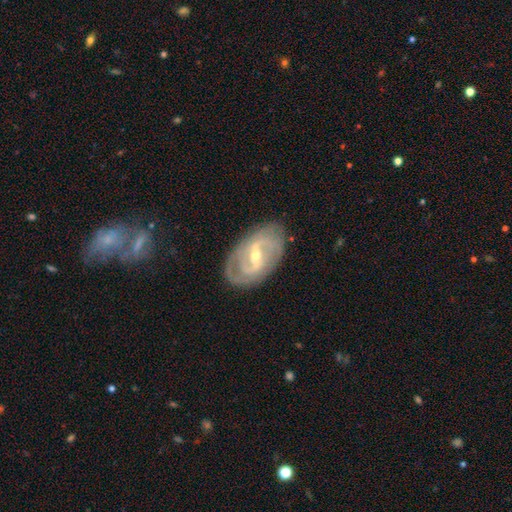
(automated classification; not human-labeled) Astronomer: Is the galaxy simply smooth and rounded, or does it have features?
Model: featured or disk — 84%.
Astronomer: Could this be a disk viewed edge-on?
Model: no — 94%.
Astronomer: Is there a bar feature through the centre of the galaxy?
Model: strong — 47% (runner-up: weak, 42%).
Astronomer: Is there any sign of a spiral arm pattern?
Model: yes — 89%.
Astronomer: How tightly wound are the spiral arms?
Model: tight — 46% (runner-up: medium, 38%).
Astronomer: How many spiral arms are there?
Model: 2 — 61%.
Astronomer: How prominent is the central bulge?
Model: moderate — 49% (runner-up: small, 48%).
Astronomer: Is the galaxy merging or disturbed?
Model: none — 79%.